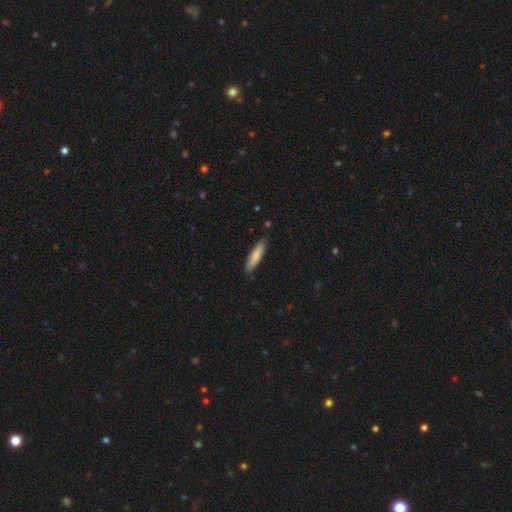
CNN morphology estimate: A smooth galaxy with no disk features (80%) that is cigar-shaped (74%). Merging: none (85%).